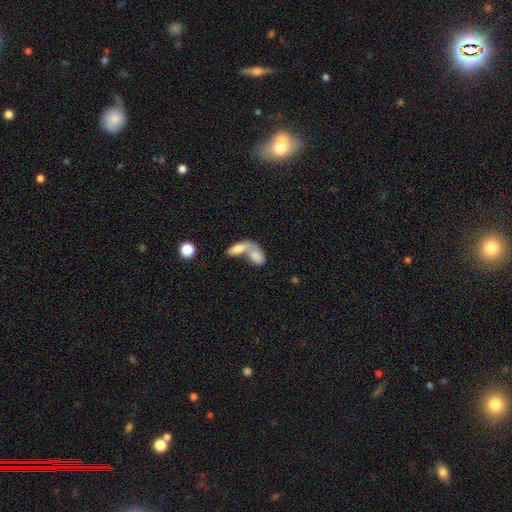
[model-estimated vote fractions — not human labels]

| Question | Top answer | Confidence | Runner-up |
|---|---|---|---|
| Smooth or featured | smooth | 74% | featured or disk (19%) |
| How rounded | in between | 85% | round (7%) |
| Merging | merger | 75% | none (14%) |